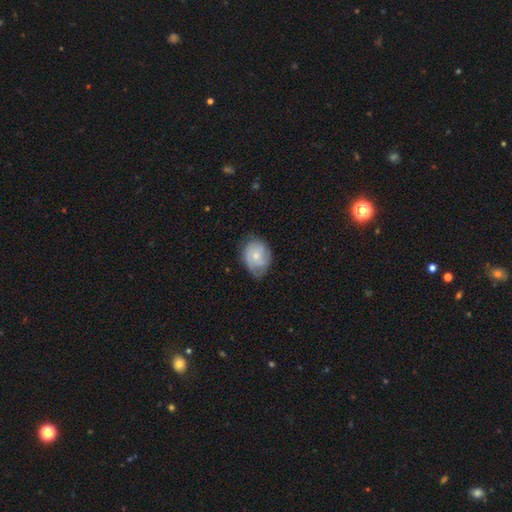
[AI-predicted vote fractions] smooth_or_featured: featured or disk (p=0.52) [alt: smooth p=0.42]
disk_edge_on: no (p=0.97) [alt: yes p=0.03]
bar: no (p=0.74) [alt: weak p=0.23]
has_spiral_arms: yes (p=0.84) [alt: no p=0.16]
bulge_size: small (p=0.52) [alt: moderate p=0.42]
merging: none (p=0.63) [alt: minor disturbance p=0.28]